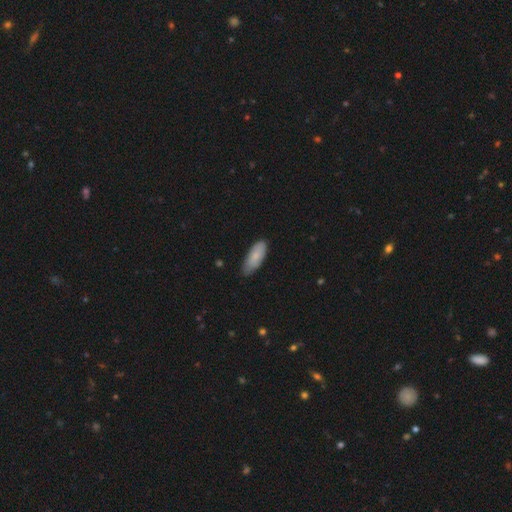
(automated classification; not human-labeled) This is clearly a smooth galaxy (81%). How rounded: likely in between (75%). Merging: likely none (68%).